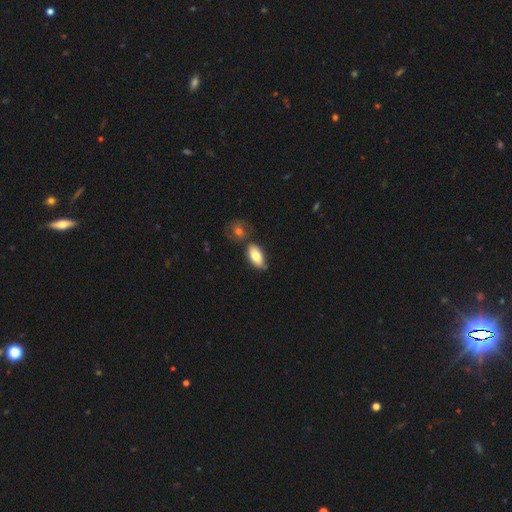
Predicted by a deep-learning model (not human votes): smooth-or-featured: smooth: 79% | featured or disk: 15% | star or artifact: 6%
  how-rounded: in between: 92% | cigar-shaped: 5% | round: 3%
  merging: none: 61% | minor disturbance: 18% | merger: 17% | major disturbance: 4%